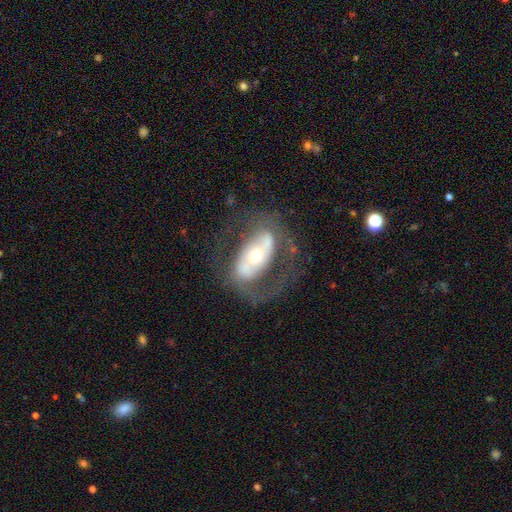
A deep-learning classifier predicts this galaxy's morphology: type=featured or disk (78%); edge-on=no (93%); bar=strong (39%); spiral arms=yes (72%); winding=medium (47%); arm count=2 (80%); bulge=moderate (56%); merging=none (64%).